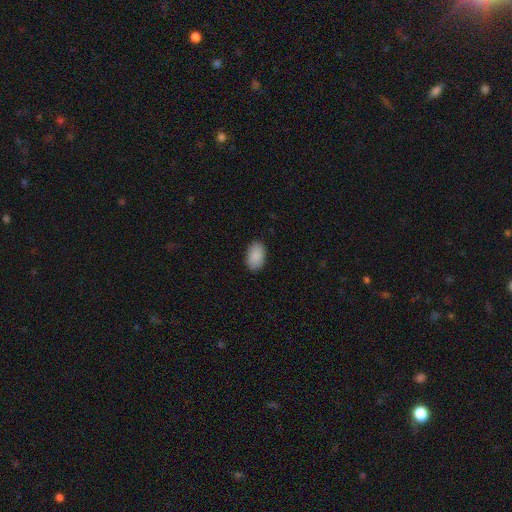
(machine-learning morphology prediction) smooth 90%, star or artifact 6%, featured or disk 3%. Down the decision tree: how rounded — in between (92%); merging — none (88%).